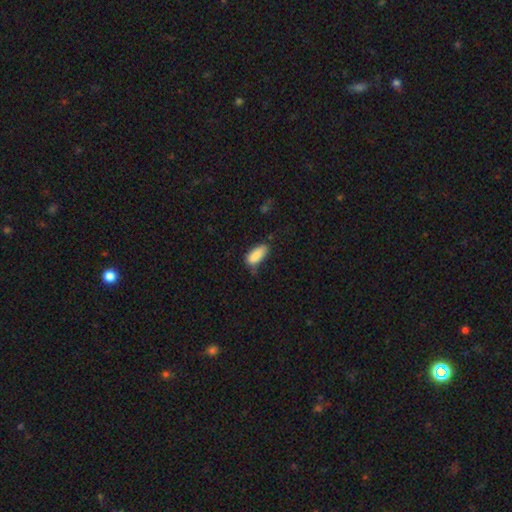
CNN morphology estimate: smooth-or-featured: smooth: 87% | star or artifact: 7% | featured or disk: 6%
  how-rounded: in between: 84% | cigar-shaped: 14% | round: 2%
  merging: none: 55% | minor disturbance: 34% | major disturbance: 8% | merger: 3%